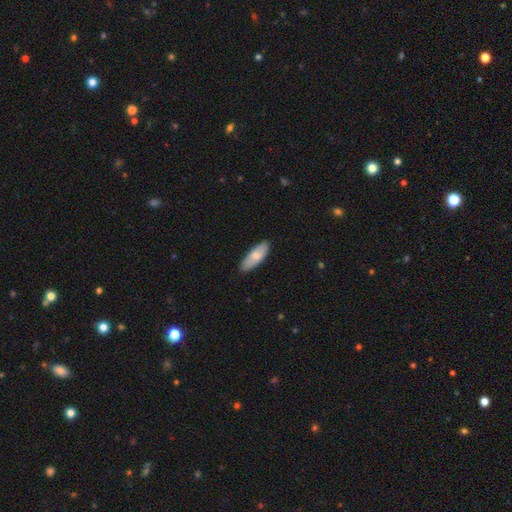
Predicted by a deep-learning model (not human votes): The model was most divided on "how rounded": in between: 70%, cigar-shaped: 28%, round: 2%. More confident: merging — none (86%); smooth or featured — smooth (76%).